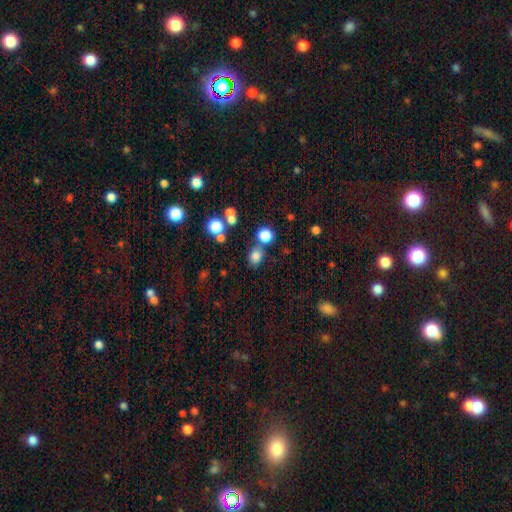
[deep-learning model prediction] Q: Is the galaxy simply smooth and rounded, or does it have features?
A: smooth — 78%.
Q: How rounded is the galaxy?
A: round — 64%.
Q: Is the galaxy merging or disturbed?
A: none — 68%.